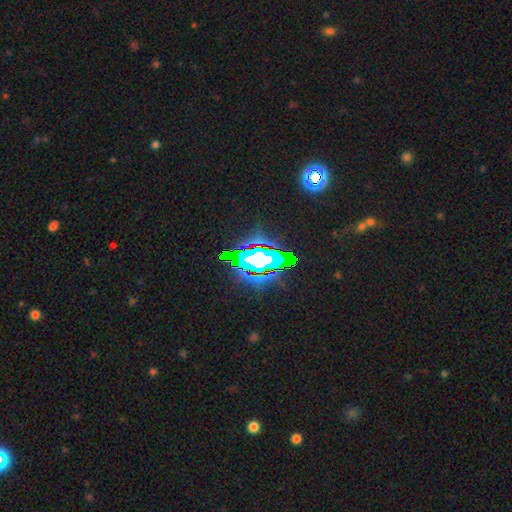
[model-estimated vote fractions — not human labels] This appears to be a star or artifact, not a galaxy (56%).